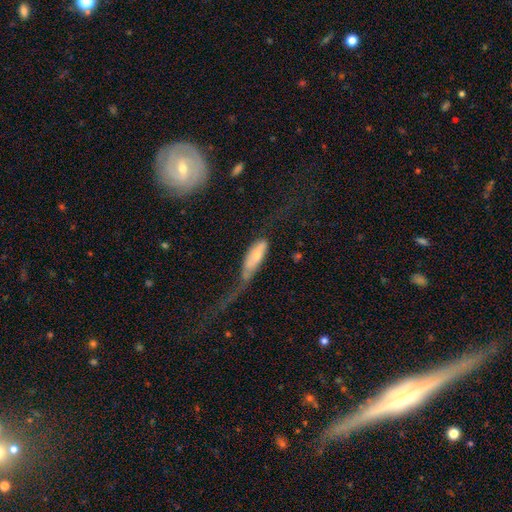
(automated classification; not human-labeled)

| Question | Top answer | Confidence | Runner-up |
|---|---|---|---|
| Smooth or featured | smooth | 55% | featured or disk (39%) |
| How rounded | in between | 61% | cigar-shaped (36%) |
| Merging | major disturbance | 54% | minor disturbance (19%) |